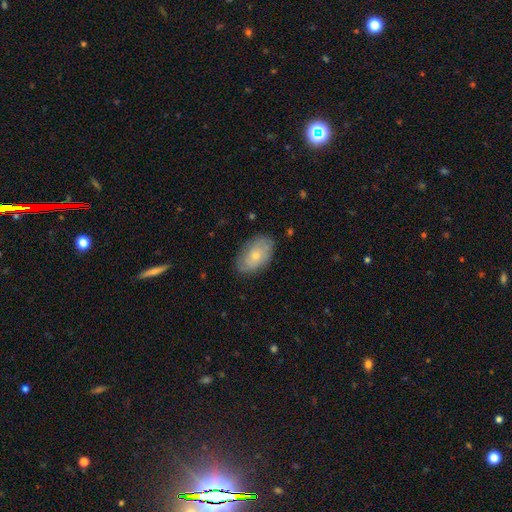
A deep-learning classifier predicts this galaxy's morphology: Overall: smooth (59%; featured or disk 35%). How rounded: in between (90%). Merging: none (78%).